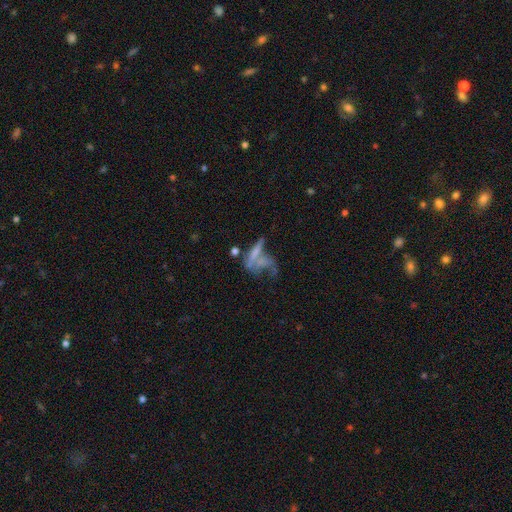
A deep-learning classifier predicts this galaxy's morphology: A smooth galaxy with no disk features (45%). Merging: merger (40%).